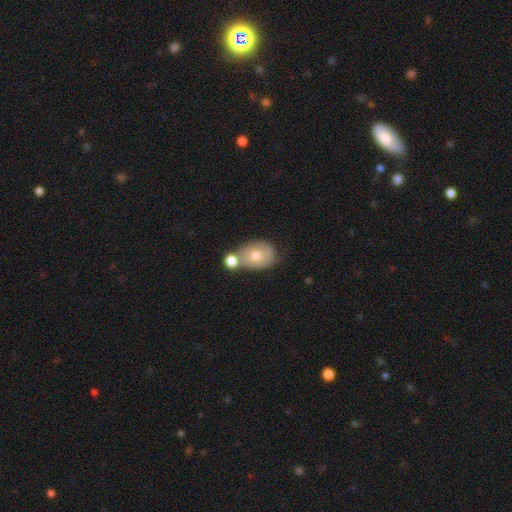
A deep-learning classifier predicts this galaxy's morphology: Overall: smooth (65%; featured or disk 28%). How rounded: in between (66%; round 33%). Merging: none (39%; merger 38%).